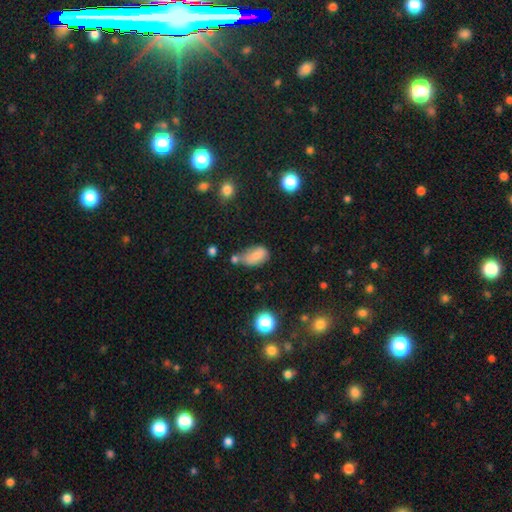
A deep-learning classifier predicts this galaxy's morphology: smooth 77%, star or artifact 12%, featured or disk 11%. Down the decision tree: how rounded — in between (89%); merging — none (34%).